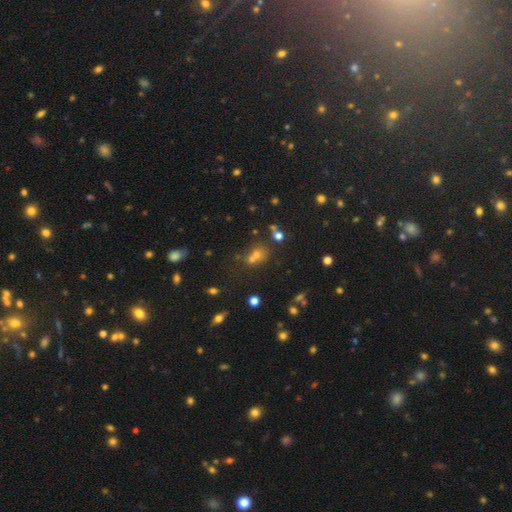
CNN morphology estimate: This appears to be a smooth galaxy with no disk features (50%) that is round (57%). Merging: none (53%).